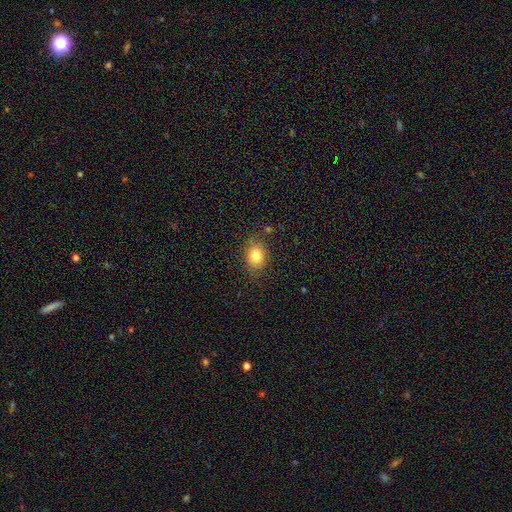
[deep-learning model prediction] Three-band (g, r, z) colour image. It shows a smooth galaxy with no disk features (81%) that is in between round and cigar-shaped (63%). Merging: none (80%).